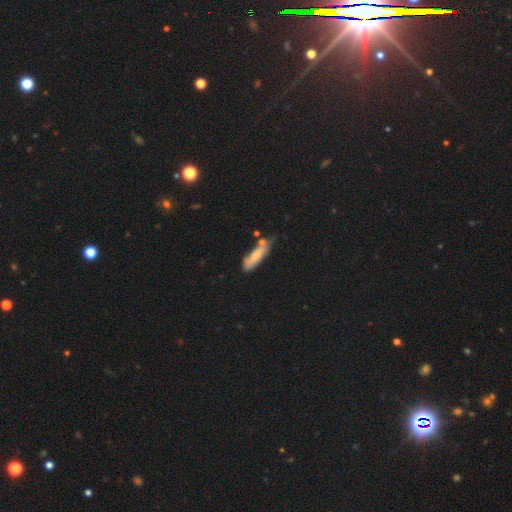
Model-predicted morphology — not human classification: Smooth or featured? smooth (72%)
How rounded? cigar-shaped (57%)
Merging? none (47%)